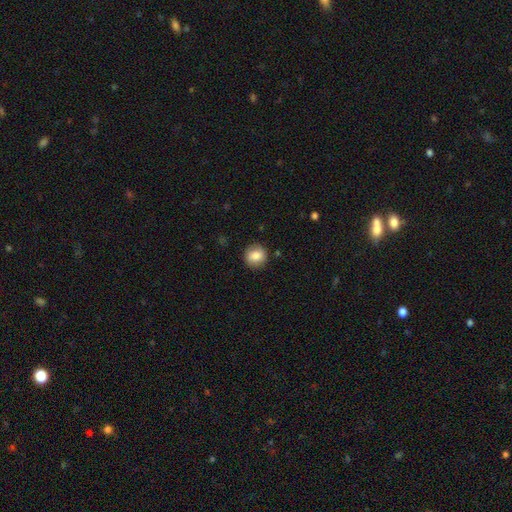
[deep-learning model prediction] smooth 82%, featured or disk 10%, star or artifact 8%. Down the decision tree: how rounded — round (87%); merging — none (87%).